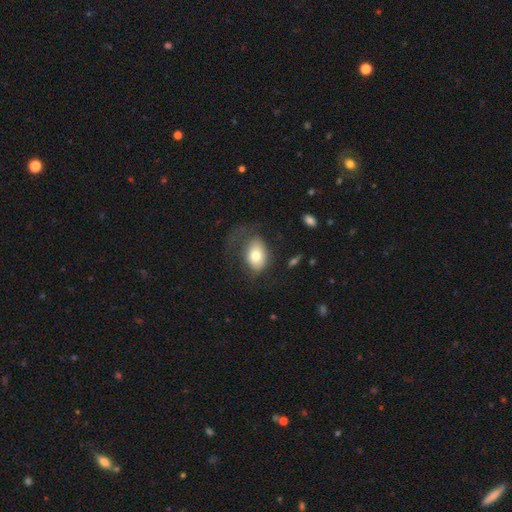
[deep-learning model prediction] The model was most divided on "merging" (2-way tie): major disturbance: 38%, none: 38%, minor disturbance: 21%, merger: 3%. More confident: how rounded — in between (83%); smooth or featured — smooth (72%).